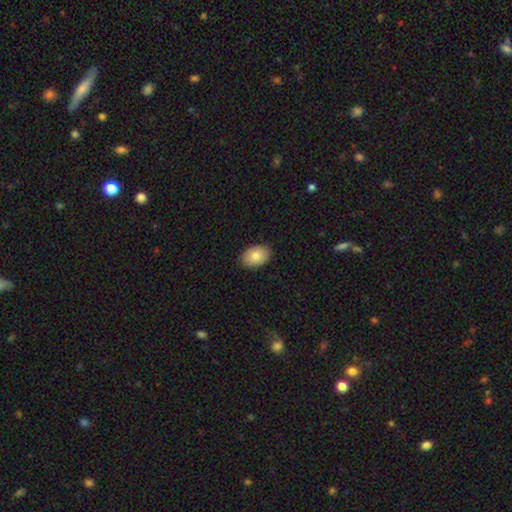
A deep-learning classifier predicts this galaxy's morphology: This is clearly a smooth galaxy (82%). How rounded: clearly in between (86%). Merging: clearly none (87%).